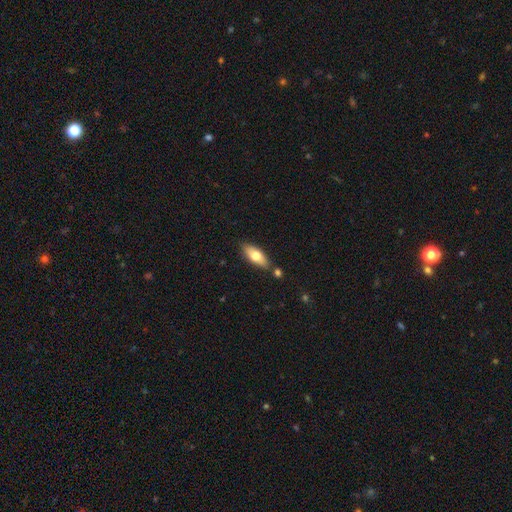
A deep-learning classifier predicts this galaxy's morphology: Smooth or featured?
  - smooth: 67% *
  - featured or disk: 26%
  - star or artifact: 6%
How rounded?
  - in between: 75% *
  - cigar-shaped: 22%
  - round: 3%
Merging?
  - none: 78% *
  - minor disturbance: 12%
  - merger: 7%
  - major disturbance: 3%